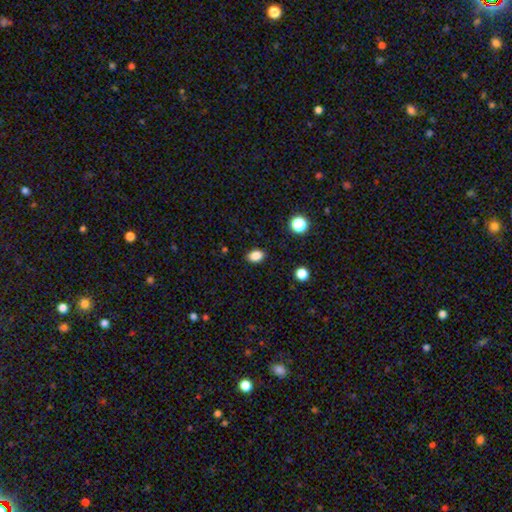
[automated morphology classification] Overall: smooth (86%). How rounded: in between (73%). Merging: none (87%).